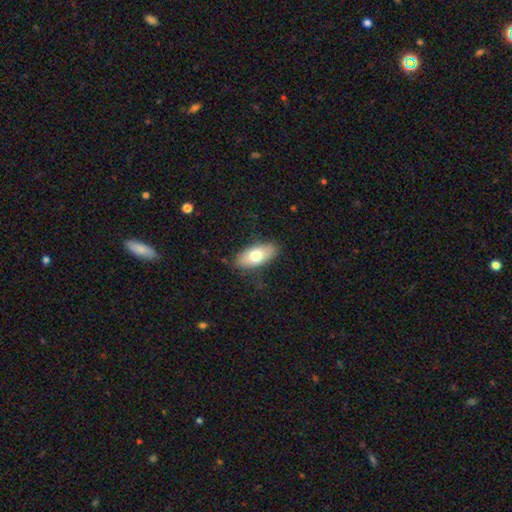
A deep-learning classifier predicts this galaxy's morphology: Q: Smooth or featured?
A: smooth (70%); runner-up: featured or disk (24%)
Q: How rounded?
A: in between (87%); runner-up: cigar-shaped (9%)
Q: Merging?
A: none (83%); runner-up: minor disturbance (13%)